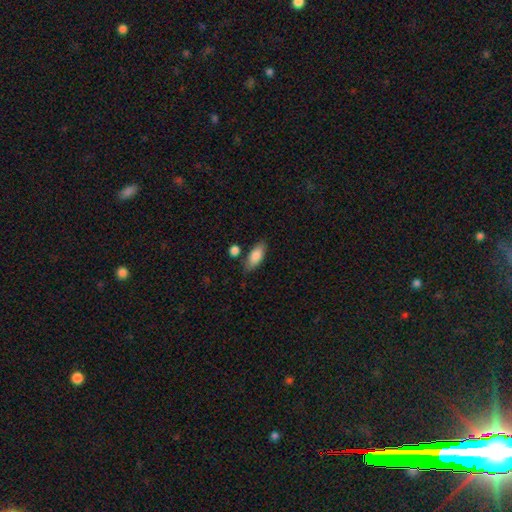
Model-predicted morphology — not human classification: type=smooth (84%); roundness=in between (82%); merging=none (75%).